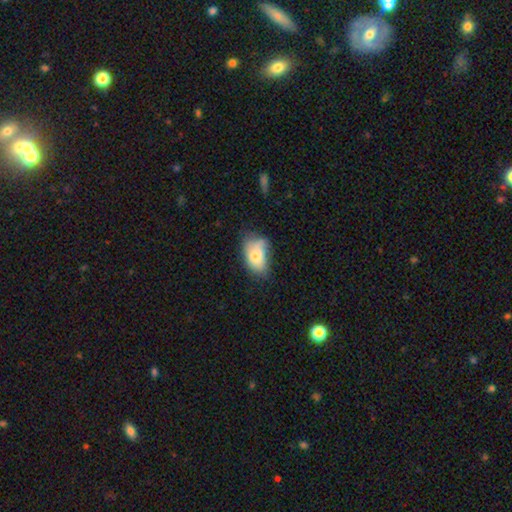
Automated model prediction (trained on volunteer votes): The model was most divided on "merging": none: 38%, minor disturbance: 35%, major disturbance: 18%, merger: 9%. More confident: how rounded — in between (90%); smooth or featured — smooth (70%).